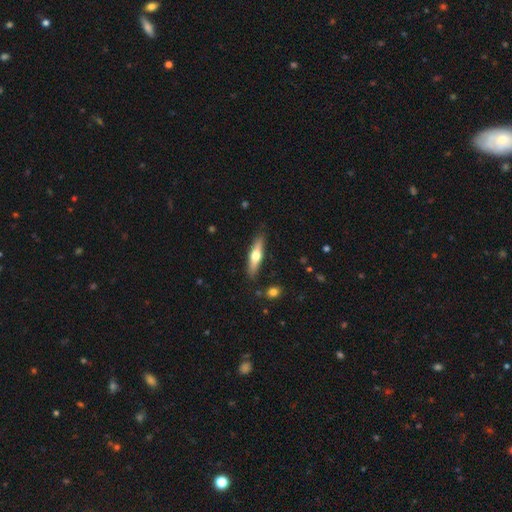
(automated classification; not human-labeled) smooth_or_featured: featured or disk (p=0.48) [alt: smooth p=0.47]
merging: none (p=0.88) [alt: minor disturbance p=0.09]